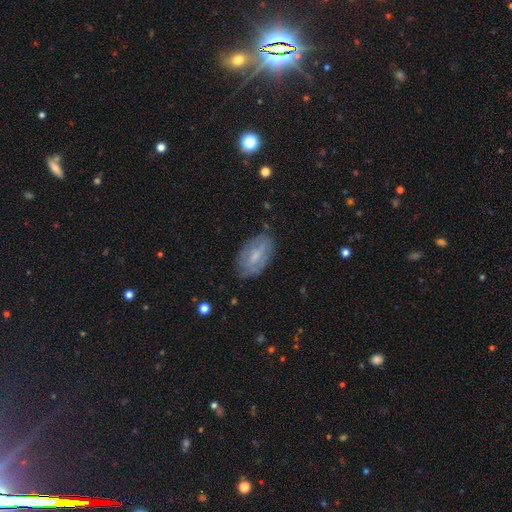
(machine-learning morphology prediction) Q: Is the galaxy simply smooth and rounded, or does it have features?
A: featured or disk — 50%.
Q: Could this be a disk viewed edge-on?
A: no — 92%.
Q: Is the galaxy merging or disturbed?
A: none — 72%.